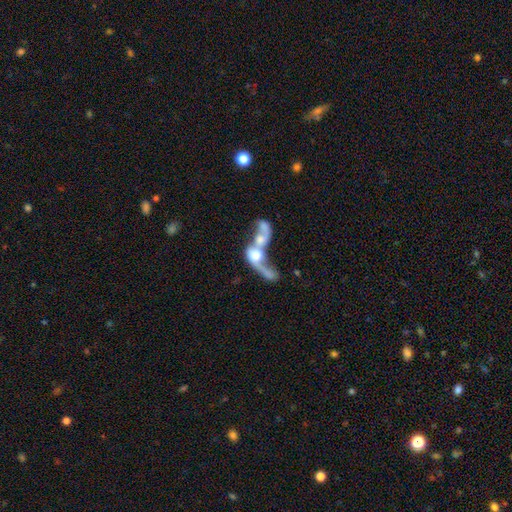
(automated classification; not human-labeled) smooth_or_featured: featured or disk (p=0.51) [alt: smooth p=0.40]
disk_edge_on: no (p=0.89) [alt: yes p=0.11]
merging: merger (p=0.81) [alt: major disturbance p=0.10]